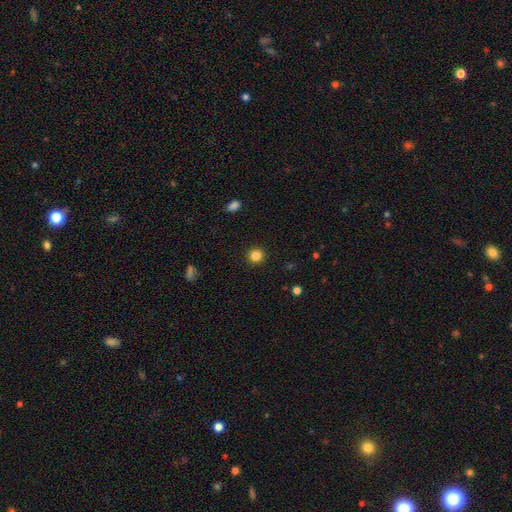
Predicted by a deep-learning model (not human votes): Morphology: type=smooth (83%); roundness=round (94%); merging=none (92%).